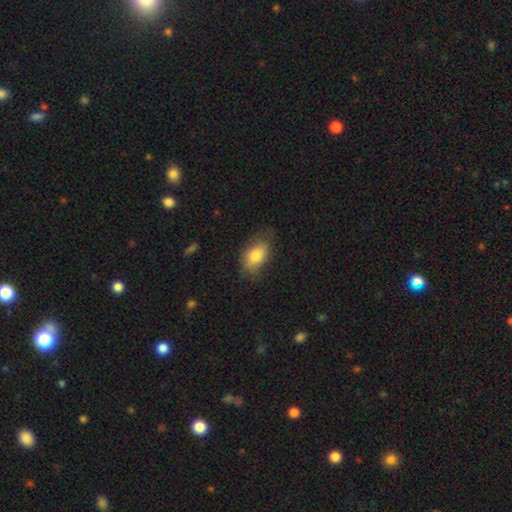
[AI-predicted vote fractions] A smooth galaxy with no disk features (80%) that is in between round and cigar-shaped (89%).

Vote fractions:
- Smooth or featured? smooth: 80% / featured or disk: 13% / star or artifact: 7%
- How rounded? in between: 89% / round: 9% / cigar-shaped: 2%
- Merging? none: 65% / minor disturbance: 26% / major disturbance: 8% / merger: 1%